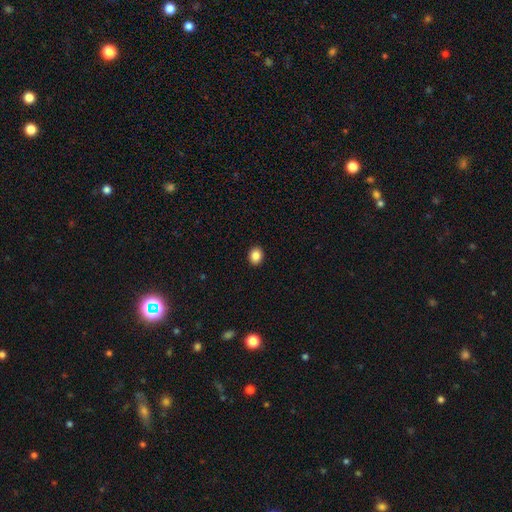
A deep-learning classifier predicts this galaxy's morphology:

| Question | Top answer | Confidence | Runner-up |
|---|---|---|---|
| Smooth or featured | smooth | 87% | star or artifact (9%) |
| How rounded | round | 55% | in between (44%) |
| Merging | none | 92% | minor disturbance (5%) |